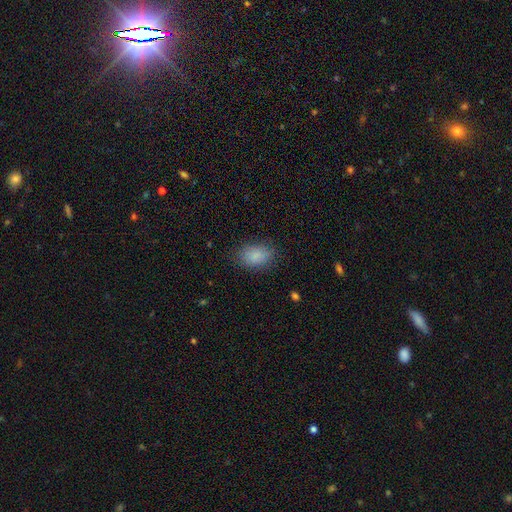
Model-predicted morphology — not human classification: Smooth or featured?
  - smooth: 85% *
  - star or artifact: 9%
  - featured or disk: 6%
How rounded?
  - in between: 84% *
  - round: 14%
  - cigar-shaped: 2%
Merging?
  - none: 78% *
  - minor disturbance: 16%
  - major disturbance: 5%
  - merger: 1%